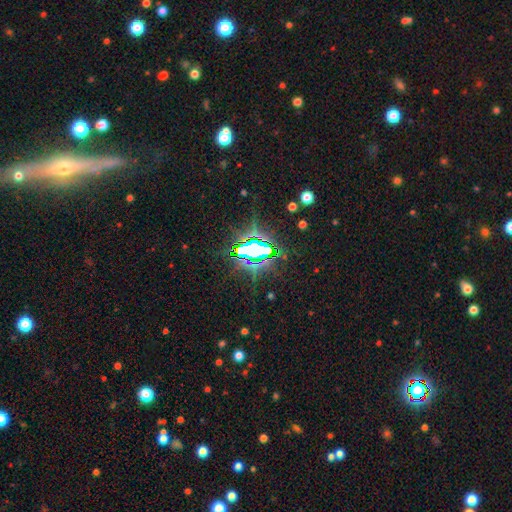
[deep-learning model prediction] A star or artifact, not a galaxy (75%).